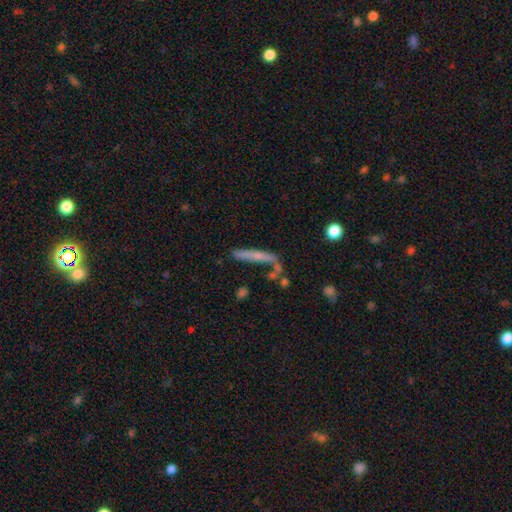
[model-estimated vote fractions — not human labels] Morphology: type=smooth (50%); merging=none (55%).